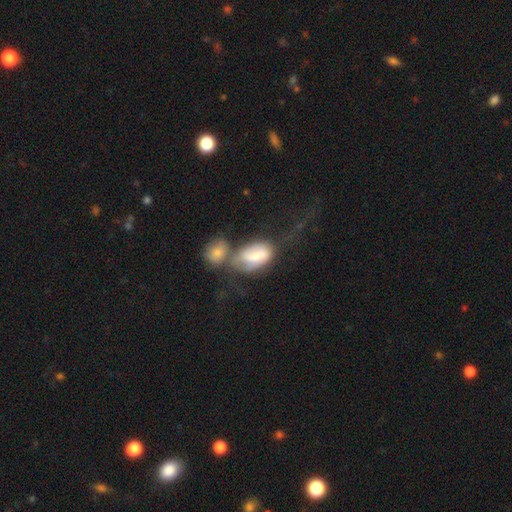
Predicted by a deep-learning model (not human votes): Smooth or featured: smooth — 53% (featured or disk — 40%)
How rounded: in between — 89% (round — 8%)
Merging: merger — 52% (major disturbance — 19%)